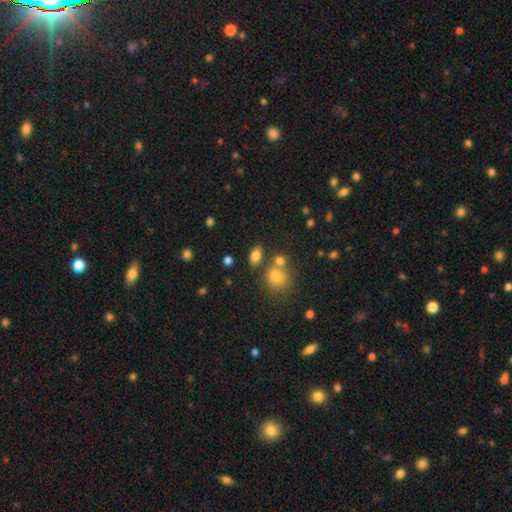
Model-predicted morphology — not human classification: smooth-or-featured: smooth: 77% | star or artifact: 11% | featured or disk: 11%
  how-rounded: in between: 82% | round: 13% | cigar-shaped: 5%
  merging: none: 71% | merger: 14% | minor disturbance: 12% | major disturbance: 4%